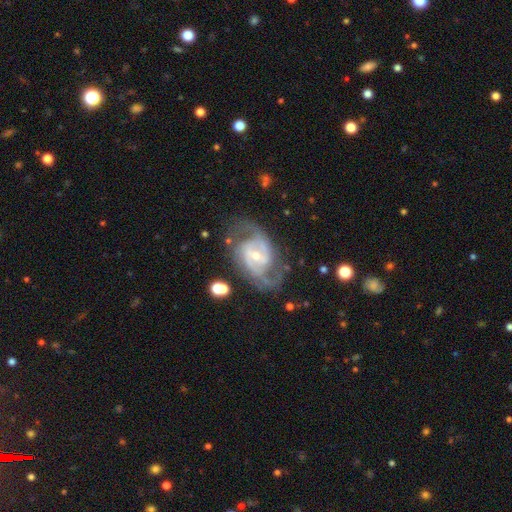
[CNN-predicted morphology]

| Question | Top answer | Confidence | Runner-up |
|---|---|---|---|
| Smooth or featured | featured or disk | 88% | smooth (7%) |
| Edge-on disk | no | 97% | yes (3%) |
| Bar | weak | 49% | no (32%) |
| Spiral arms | yes | 94% | no (6%) |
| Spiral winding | medium | 52% | tight (30%) |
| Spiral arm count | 2 | 76% | can't tell (11%) |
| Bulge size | small | 57% | moderate (38%) |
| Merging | none | 64% | minor disturbance (19%) |